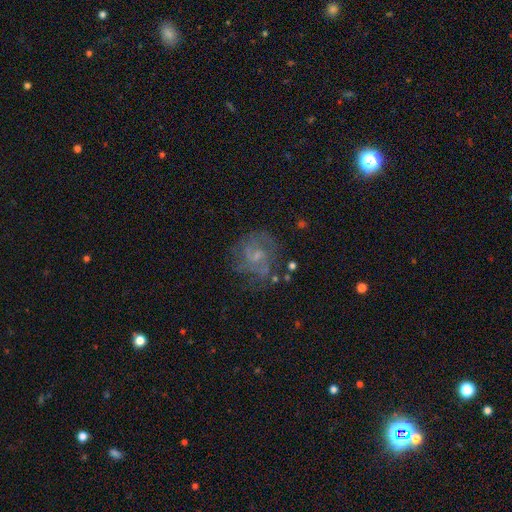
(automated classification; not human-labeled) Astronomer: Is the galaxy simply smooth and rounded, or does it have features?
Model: featured or disk — 71%.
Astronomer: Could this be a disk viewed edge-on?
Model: no — 98%.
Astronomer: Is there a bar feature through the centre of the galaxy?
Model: no — 50% (runner-up: weak, 44%).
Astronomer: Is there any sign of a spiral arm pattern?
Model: yes — 82%.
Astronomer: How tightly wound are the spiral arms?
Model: medium — 46% (runner-up: tight, 36%).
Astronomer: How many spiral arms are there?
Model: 2 — 42% (runner-up: can't tell, 31%).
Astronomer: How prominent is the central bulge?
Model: small — 55%.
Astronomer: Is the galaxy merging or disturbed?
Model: none — 59%.